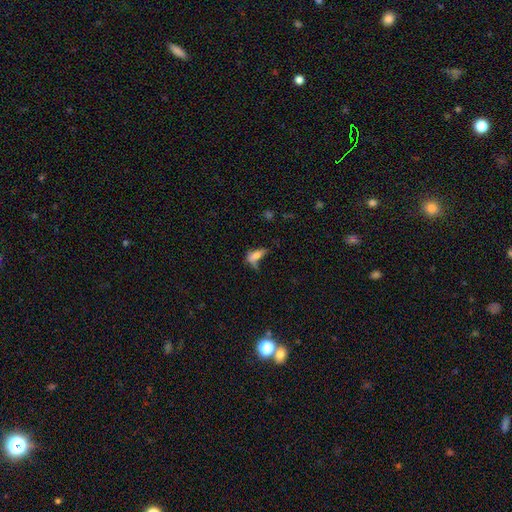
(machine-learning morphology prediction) smooth 63%, featured or disk 24%, star or artifact 13%. Down the decision tree: how rounded — in between (68%); merging — major disturbance (32%).